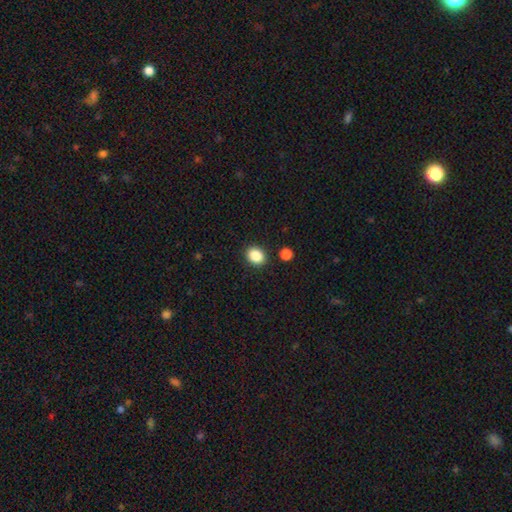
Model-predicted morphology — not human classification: smooth-or-featured: smooth: 88% | star or artifact: 9% | featured or disk: 3%
  how-rounded: round: 51% | in between: 48% | cigar-shaped: 1%
  merging: none: 87% | minor disturbance: 7% | merger: 3% | major disturbance: 2%